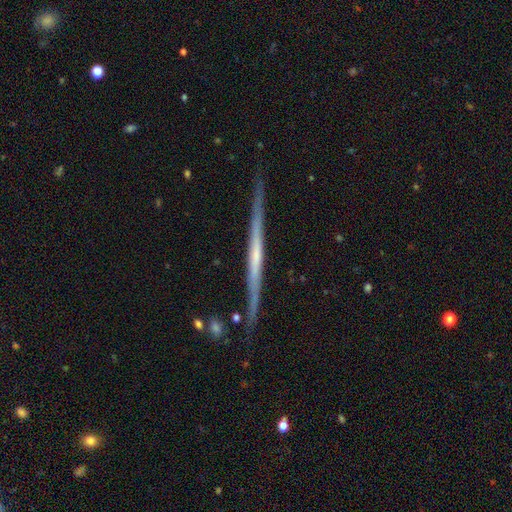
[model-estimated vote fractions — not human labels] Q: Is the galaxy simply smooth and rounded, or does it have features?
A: featured or disk — 73%.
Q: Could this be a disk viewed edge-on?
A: yes — 98%.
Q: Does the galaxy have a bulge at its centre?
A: none — 76%.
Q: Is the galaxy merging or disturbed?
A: none — 87%.